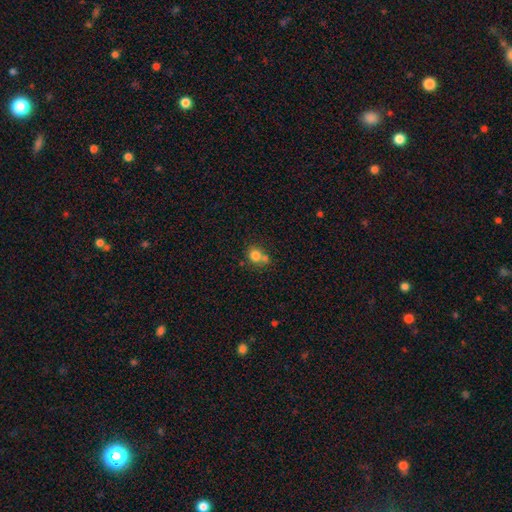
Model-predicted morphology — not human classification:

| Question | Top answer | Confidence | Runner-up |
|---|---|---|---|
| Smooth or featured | smooth | 79% | star or artifact (11%) |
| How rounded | round | 79% | in between (20%) |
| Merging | none | 48% | merger (39%) |